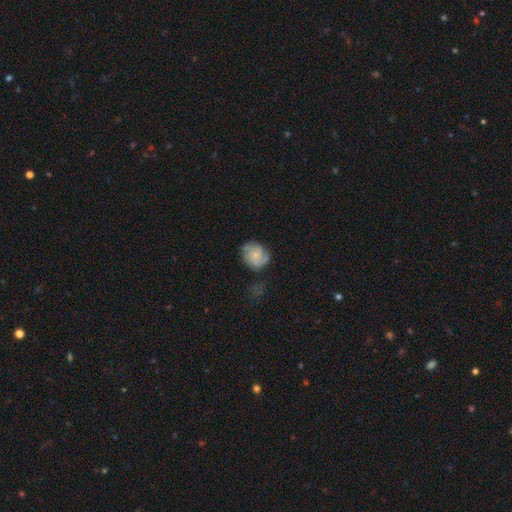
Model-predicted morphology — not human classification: smooth_or_featured: featured or disk (p=0.65) [alt: smooth p=0.27]
disk_edge_on: no (p=0.98) [alt: yes p=0.02]
bar: no (p=0.77) [alt: weak p=0.20]
has_spiral_arms: yes (p=0.93) [alt: no p=0.07]
spiral_winding: tight (p=0.48) [alt: medium p=0.39]
spiral_arm_count: 3 (p=0.39) [alt: can't tell p=0.20]
bulge_size: small (p=0.69) [alt: moderate p=0.20]
merging: none (p=0.64) [alt: minor disturbance p=0.23]